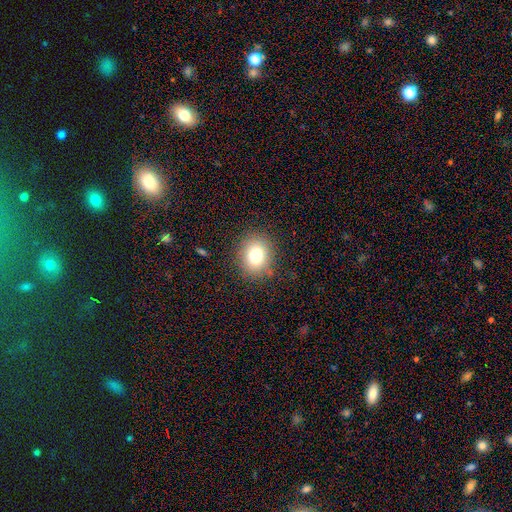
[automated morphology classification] Smooth or featured: smooth — 77% (star or artifact — 13%)
How rounded: round — 67% (in between — 32%)
Merging: none — 85% (minor disturbance — 10%)